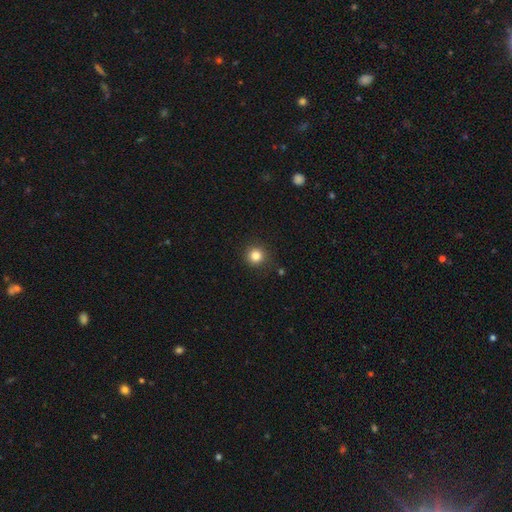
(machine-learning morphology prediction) Smooth or featured?
  - smooth: 83% *
  - star or artifact: 12%
  - featured or disk: 5%
How rounded?
  - round: 94% *
  - in between: 5%
  - cigar-shaped: 1%
Merging?
  - none: 89% *
  - minor disturbance: 7%
  - major disturbance: 2%
  - merger: 1%